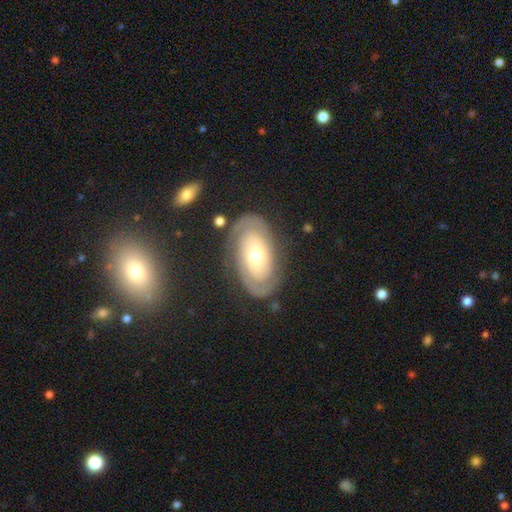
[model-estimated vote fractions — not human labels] The model was most divided on "bulge size": moderate: 68%, small: 23%, large: 7%, dominant: 1%, none: 1%. More confident: edge-on disk — no (95%); spiral arms — yes (83%); bar — no (80%); merging — none (79%); smooth or featured — featured or disk (78%); spiral arm count — 2 (74%); spiral winding — tight (69%).